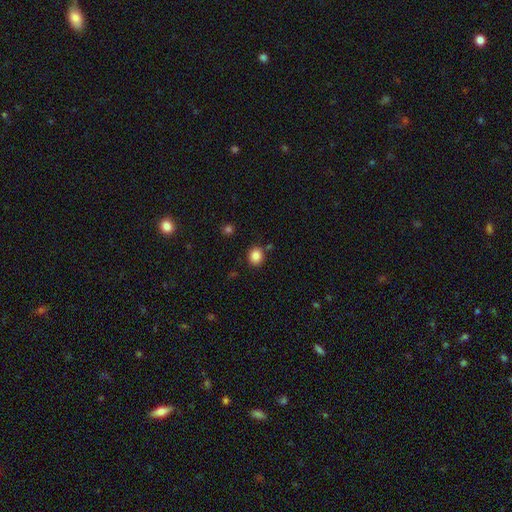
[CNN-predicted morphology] smooth_or_featured: smooth (p=0.85) [alt: star or artifact p=0.10]
how_rounded: round (p=0.73) [alt: in between p=0.27]
merging: none (p=0.84) [alt: minor disturbance p=0.09]